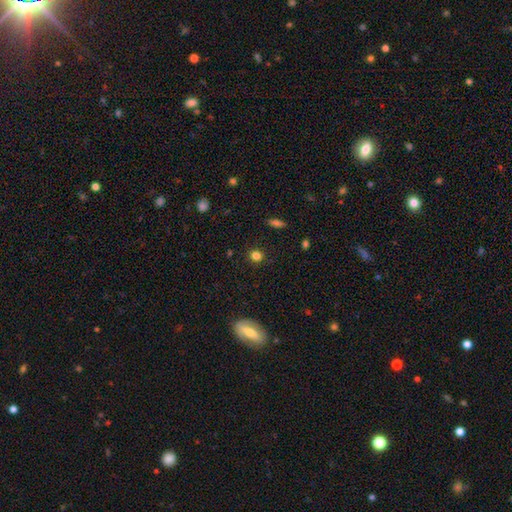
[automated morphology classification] A smooth galaxy with no disk features (81%) that is round (85%). Merging: none (88%).